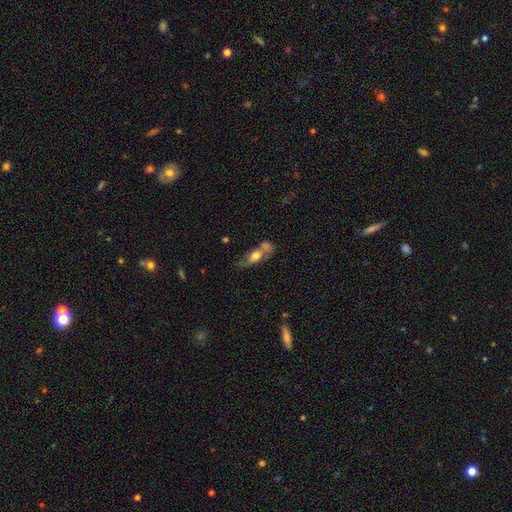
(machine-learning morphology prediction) smooth_or_featured: smooth (p=0.59) [alt: featured or disk p=0.33]
how_rounded: in between (p=0.73) [alt: cigar-shaped p=0.17]
merging: merger (p=0.47) [alt: none p=0.29]